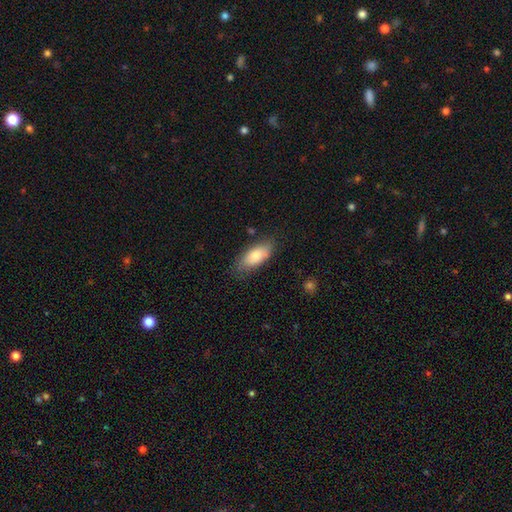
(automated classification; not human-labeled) smooth_or_featured: smooth (p=0.77) [alt: featured or disk p=0.16]
how_rounded: in between (p=0.85) [alt: cigar-shaped p=0.13]
merging: none (p=0.75) [alt: minor disturbance p=0.18]